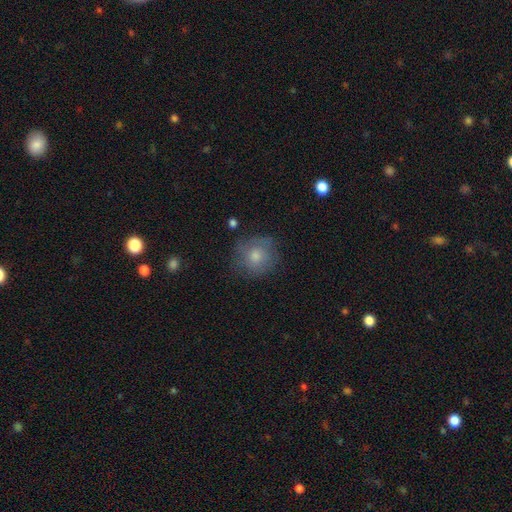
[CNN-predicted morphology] Q: Smooth or featured?
A: smooth (67%); runner-up: featured or disk (21%)
Q: How rounded?
A: round (86%); runner-up: in between (12%)
Q: Merging?
A: none (75%); runner-up: minor disturbance (18%)